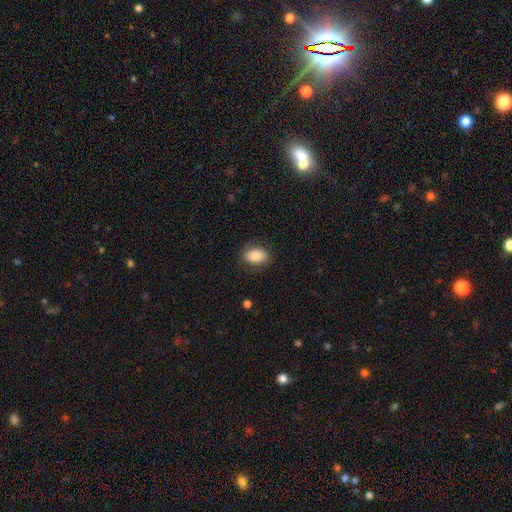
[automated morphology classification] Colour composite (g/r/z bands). It shows a smooth galaxy with no disk features (86%) that is in between round and cigar-shaped (85%). Merging: none (84%).